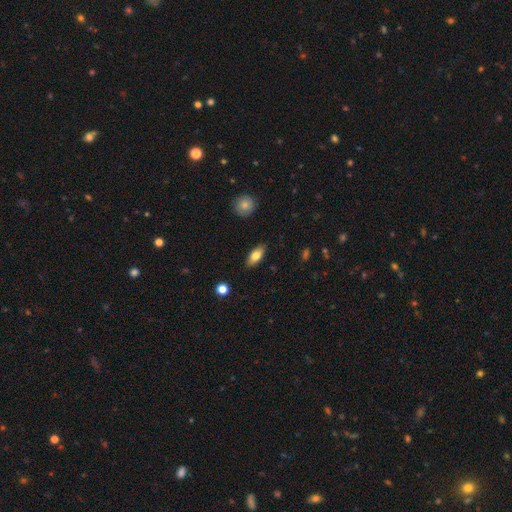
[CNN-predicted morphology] smooth-or-featured: smooth: 77% | featured or disk: 17% | star or artifact: 7%
  how-rounded: in between: 84% | cigar-shaped: 13% | round: 3%
  merging: none: 87% | minor disturbance: 9% | major disturbance: 2% | merger: 1%